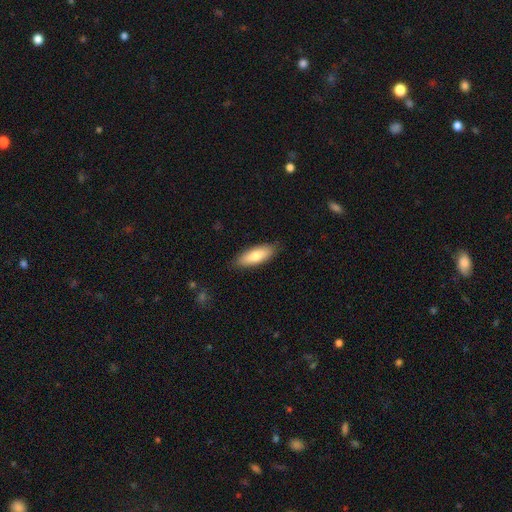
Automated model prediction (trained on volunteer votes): The model was most divided on "how rounded": in between: 67%, cigar-shaped: 30%, round: 2%. More confident: merging — none (87%); smooth or featured — smooth (76%).